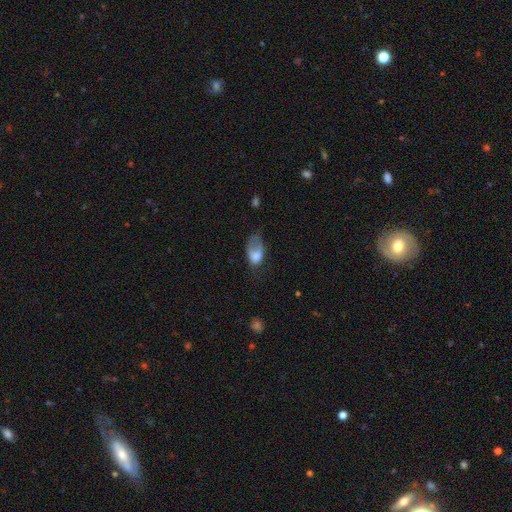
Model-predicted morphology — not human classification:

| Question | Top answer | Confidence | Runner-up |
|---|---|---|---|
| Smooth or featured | smooth | 67% | featured or disk (25%) |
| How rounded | in between | 89% | round (9%) |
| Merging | major disturbance | 50% | minor disturbance (27%) |